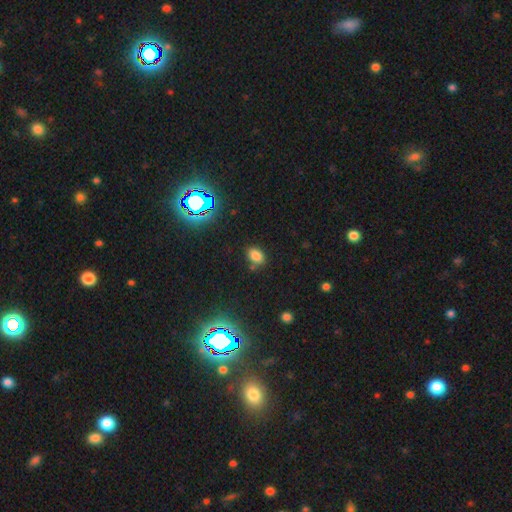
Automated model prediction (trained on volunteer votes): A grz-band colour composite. It shows a smooth galaxy with no disk features (75%) that is in between round and cigar-shaped (80%). Merging: none (76%).